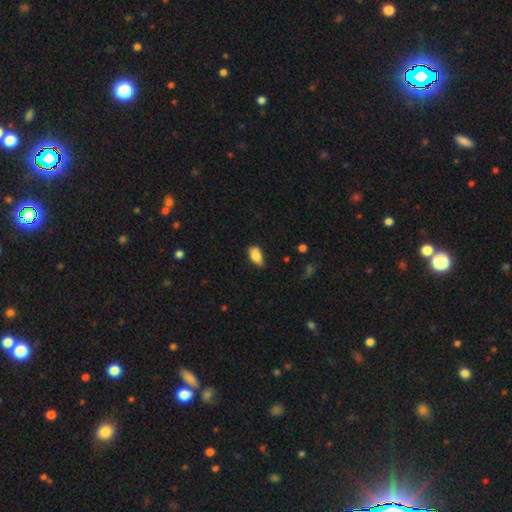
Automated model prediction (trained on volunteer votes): Smooth or featured? smooth (82%)
How rounded? in between (91%)
Merging? none (56%)